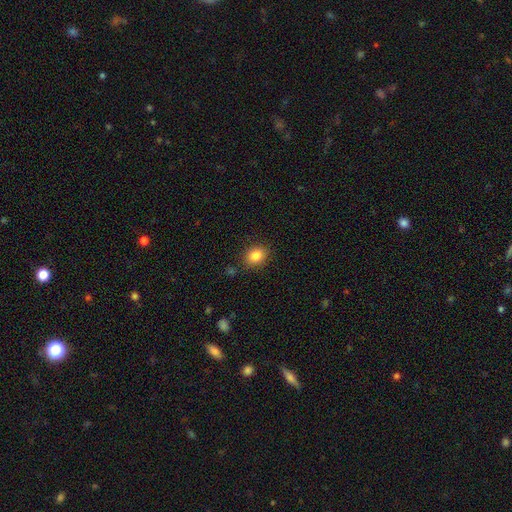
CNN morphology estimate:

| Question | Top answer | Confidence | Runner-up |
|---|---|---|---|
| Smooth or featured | smooth | 84% | star or artifact (10%) |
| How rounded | round | 54% | in between (45%) |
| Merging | none | 85% | minor disturbance (10%) |